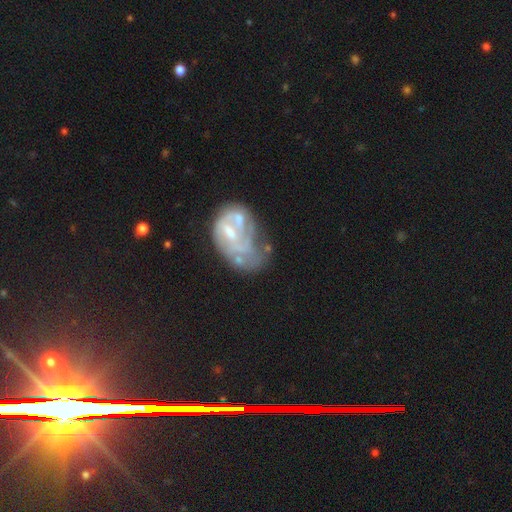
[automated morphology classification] The model was most divided on "spiral arms" (2-way tie): yes: 50%, no: 50%. Remaining: edge-on disk — no (97%); smooth or featured — featured or disk (68%); bar — no (50%); bulge size — small (36%); merging — major disturbance (36%).